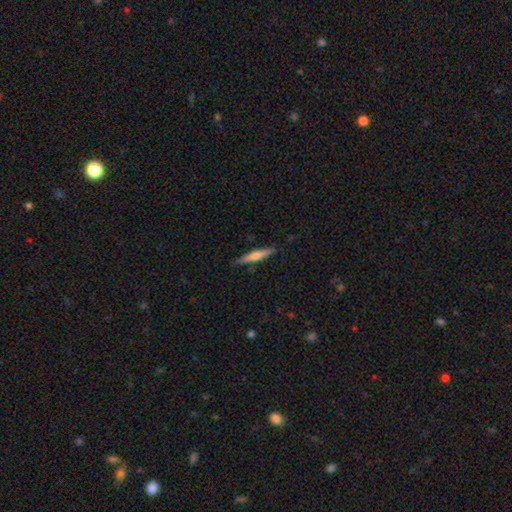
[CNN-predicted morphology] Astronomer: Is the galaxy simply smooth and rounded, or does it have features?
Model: smooth — 52% (runner-up: featured or disk, 43%).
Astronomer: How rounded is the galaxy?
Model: cigar-shaped — 91%.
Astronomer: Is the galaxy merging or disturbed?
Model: none — 86%.